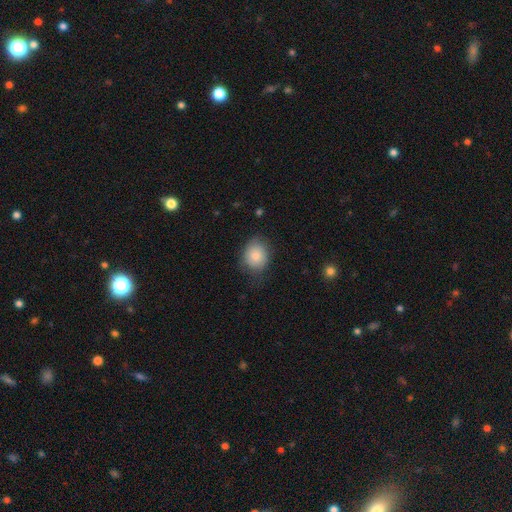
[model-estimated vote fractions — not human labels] Smooth or featured: smooth — 83% (featured or disk — 9%)
How rounded: round — 59% (in between — 40%)
Merging: none — 69% (minor disturbance — 23%)